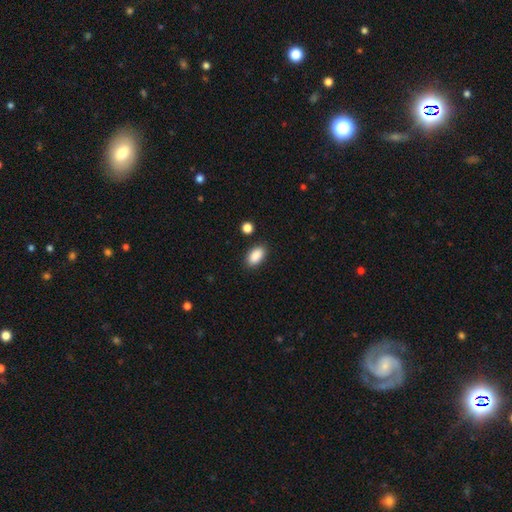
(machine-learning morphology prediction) Q: Smooth or featured?
A: smooth (89%); runner-up: star or artifact (7%)
Q: How rounded?
A: in between (92%); runner-up: round (5%)
Q: Merging?
A: none (86%); runner-up: minor disturbance (9%)